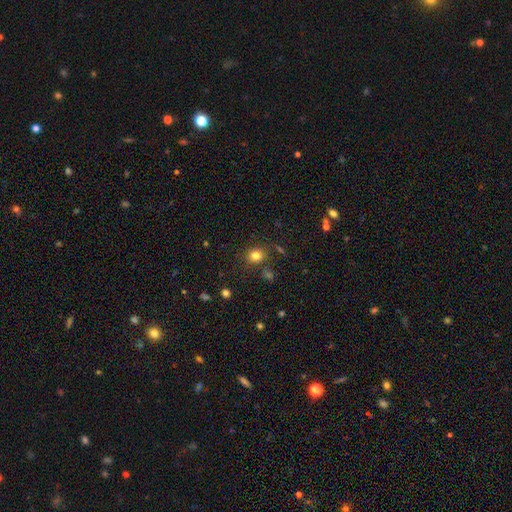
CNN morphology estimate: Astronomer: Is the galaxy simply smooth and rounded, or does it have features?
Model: smooth — 80%.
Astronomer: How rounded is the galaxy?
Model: round — 72%.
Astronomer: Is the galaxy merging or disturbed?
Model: none — 82%.